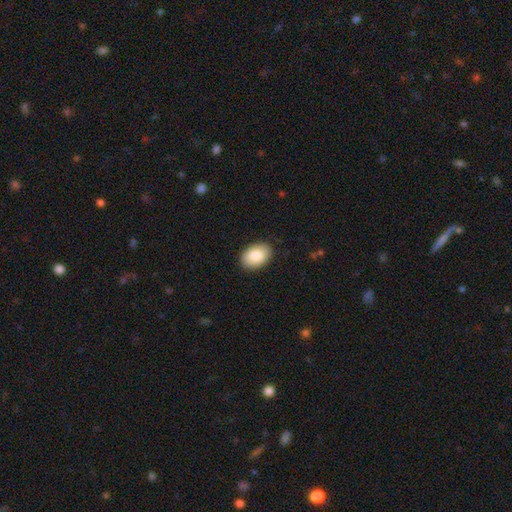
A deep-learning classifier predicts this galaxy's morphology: type=smooth (86%); roundness=in between (88%); merging=none (88%).